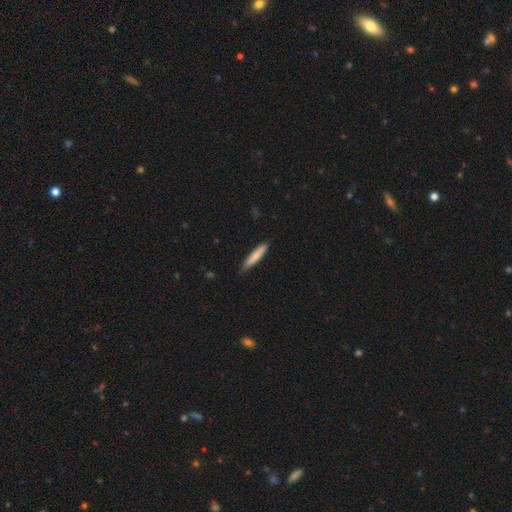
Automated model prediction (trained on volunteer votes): This appears to be a smooth galaxy with no disk features (79%) that is cigar-shaped (91%). Merging: none (85%).